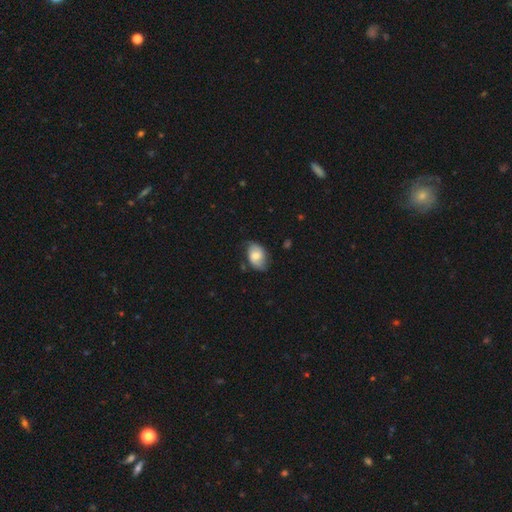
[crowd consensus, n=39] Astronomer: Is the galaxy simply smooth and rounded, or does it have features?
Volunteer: featured or disk — 49% (runner-up: smooth, 46%).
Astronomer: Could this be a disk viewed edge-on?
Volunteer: no — 100%.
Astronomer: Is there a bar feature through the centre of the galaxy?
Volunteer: no — 53% (runner-up: weak, 47%).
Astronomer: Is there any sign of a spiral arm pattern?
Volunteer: yes — 89%.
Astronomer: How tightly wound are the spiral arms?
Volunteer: medium — 47% (runner-up: loose, 35%).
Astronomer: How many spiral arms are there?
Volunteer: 2 — 76%.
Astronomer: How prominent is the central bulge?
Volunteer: moderate — 68%.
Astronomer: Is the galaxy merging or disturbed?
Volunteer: none — 70%.